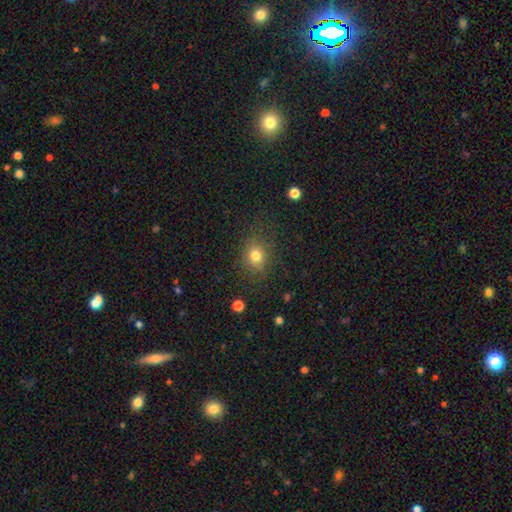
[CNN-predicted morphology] A smooth galaxy with no disk features (76%) that is round (60%). Merging: none (79%).